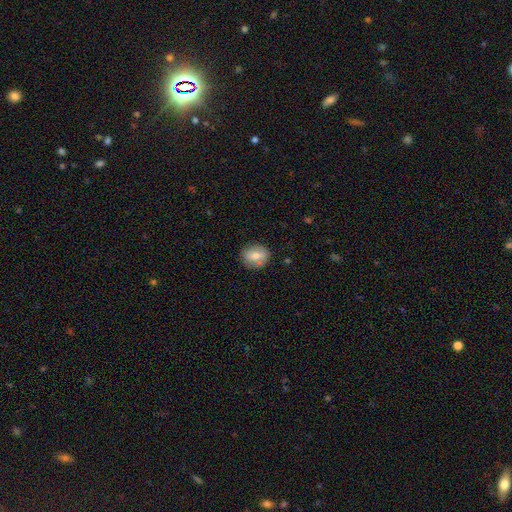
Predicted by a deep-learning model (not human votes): A smooth galaxy with no disk features (67%) that is round (70%).

Vote fractions:
- Smooth or featured? smooth: 67% / featured or disk: 25% / star or artifact: 8%
- How rounded? round: 70% / in between: 29% / cigar-shaped: 1%
- Merging? none: 83% / minor disturbance: 12% / major disturbance: 3% / merger: 2%